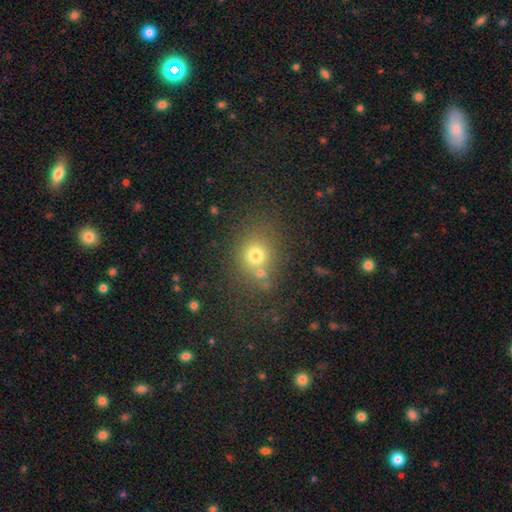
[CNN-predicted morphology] Smooth or featured: smooth — 70% (star or artifact — 18%)
How rounded: round — 77% (in between — 22%)
Merging: none — 62% (merger — 20%)